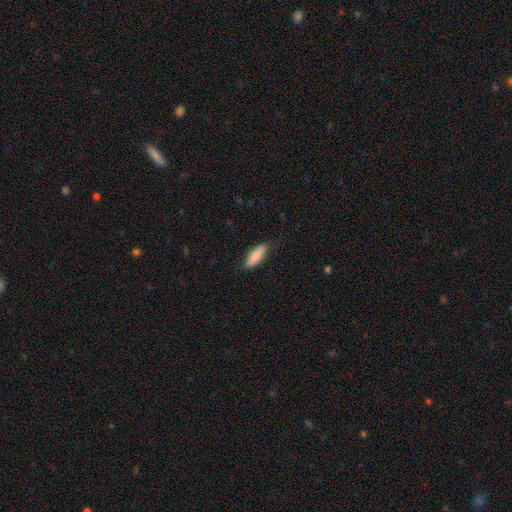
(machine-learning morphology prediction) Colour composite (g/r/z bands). It shows a smooth galaxy with no disk features (80%) that is in between round and cigar-shaped (57%). Merging: none (78%).